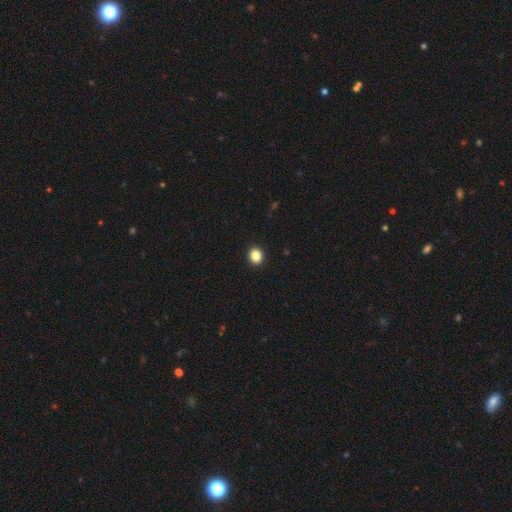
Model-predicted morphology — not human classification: A smooth galaxy with no disk features (86%) that is round (78%).

Vote fractions:
- Smooth or featured? smooth: 86% / star or artifact: 10% / featured or disk: 3%
- How rounded? round: 78% / in between: 22% / cigar-shaped: 1%
- Merging? none: 93% / minor disturbance: 5% / major disturbance: 2% / merger: 1%